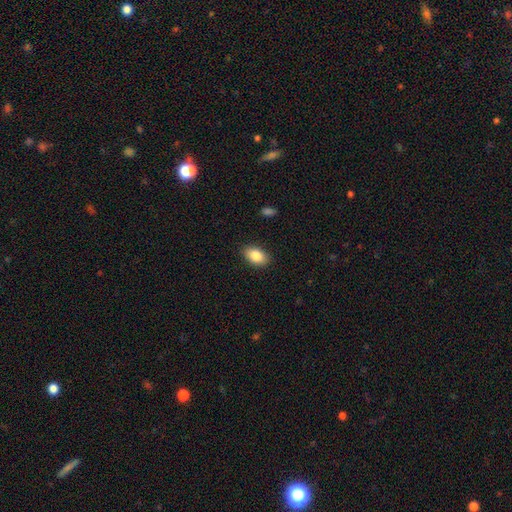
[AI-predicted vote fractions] A smooth galaxy with no disk features (86%) that is in between round and cigar-shaped (91%). Merging: none (88%).